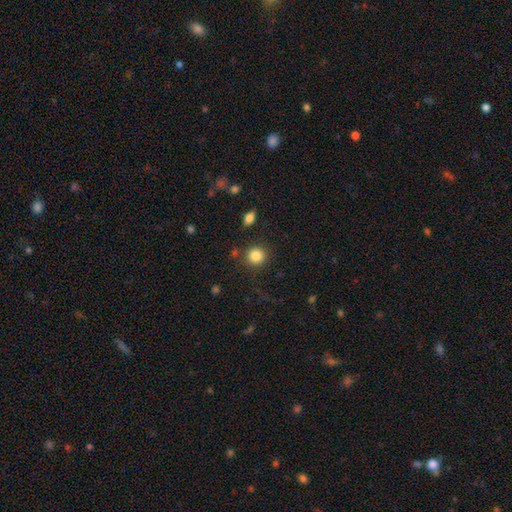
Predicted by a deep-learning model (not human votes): smooth-or-featured: smooth: 85% | star or artifact: 10% | featured or disk: 5%
  how-rounded: round: 90% | in between: 9% | cigar-shaped: 1%
  merging: none: 85% | minor disturbance: 8% | merger: 4% | major disturbance: 3%